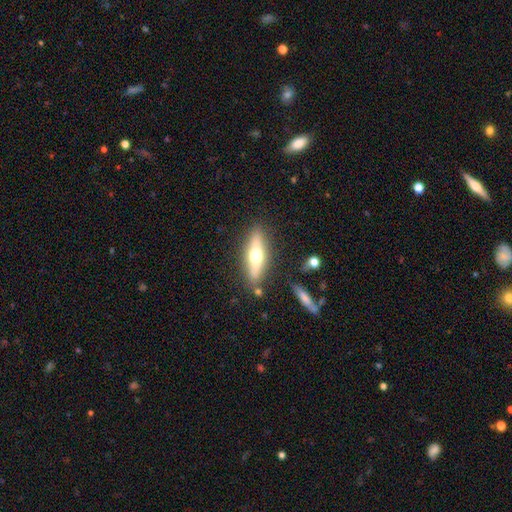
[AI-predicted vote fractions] featured or disk 47%, smooth 46%, star or artifact 7%. Down the decision tree: merging — none (82%).